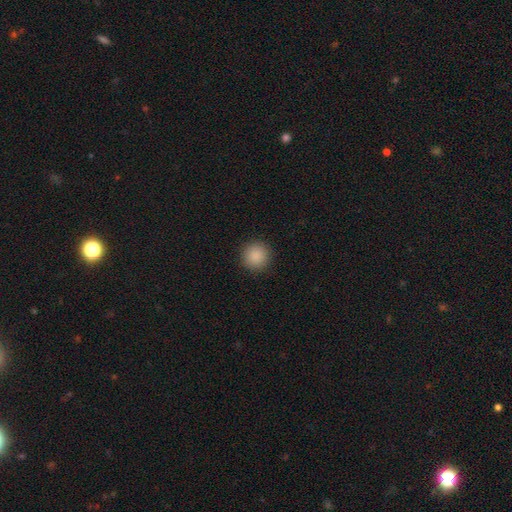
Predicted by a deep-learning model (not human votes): Smooth or featured? smooth (89%)
How rounded? round (93%)
Merging? none (92%)